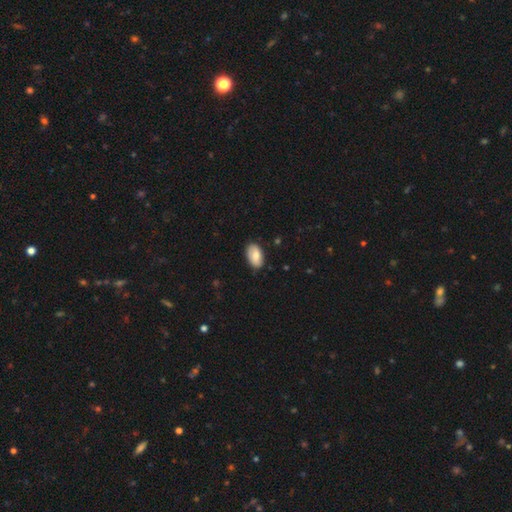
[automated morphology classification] smooth-or-featured: smooth: 76% | featured or disk: 17% | star or artifact: 6%
  how-rounded: in between: 95% | round: 4% | cigar-shaped: 2%
  merging: none: 83% | minor disturbance: 13% | major disturbance: 2% | merger: 1%